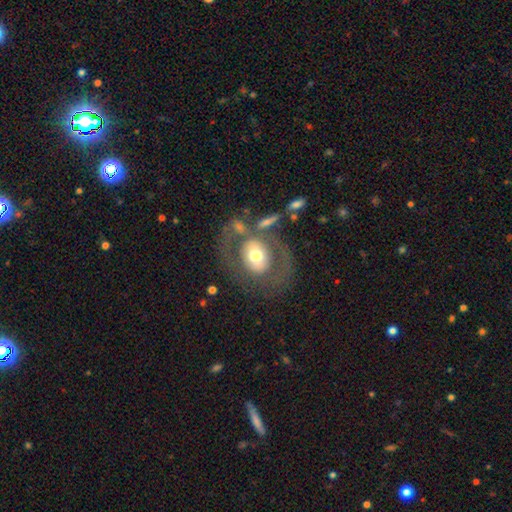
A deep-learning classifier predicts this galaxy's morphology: Overall: featured or disk (54%; smooth 39%). Edge-on disk: no (93%). Bar: no (66%). Spiral arms: no (64%; yes 36%). Bulge size: moderate (63%; large 24%). Merging: none (60%).